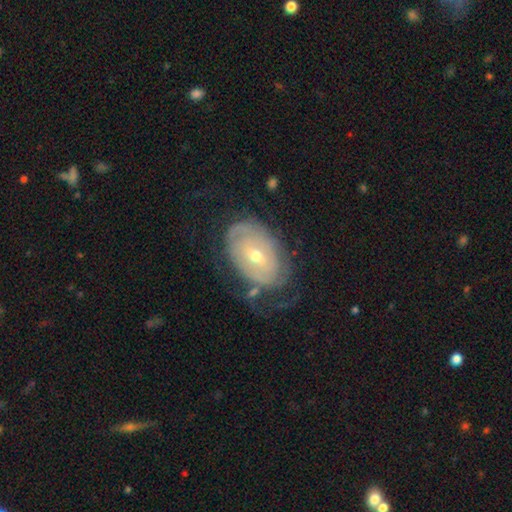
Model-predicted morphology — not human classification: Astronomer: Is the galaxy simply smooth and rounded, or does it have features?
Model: featured or disk — 75%.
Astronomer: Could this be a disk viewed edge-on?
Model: no — 94%.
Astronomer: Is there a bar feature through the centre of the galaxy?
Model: no — 51% (runner-up: weak, 38%).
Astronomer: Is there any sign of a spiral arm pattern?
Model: yes — 78%.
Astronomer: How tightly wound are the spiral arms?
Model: tight — 68%.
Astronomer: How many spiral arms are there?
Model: can't tell — 50% (runner-up: 2, 29%).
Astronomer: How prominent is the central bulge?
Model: moderate — 50% (runner-up: small, 47%).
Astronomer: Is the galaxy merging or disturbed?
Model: none — 55%.